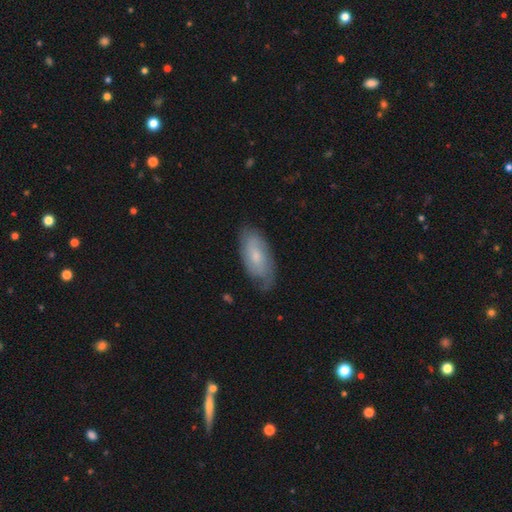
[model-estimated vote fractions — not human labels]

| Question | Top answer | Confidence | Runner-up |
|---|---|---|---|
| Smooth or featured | featured or disk | 50% | smooth (44%) |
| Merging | none | 69% | minor disturbance (24%) |